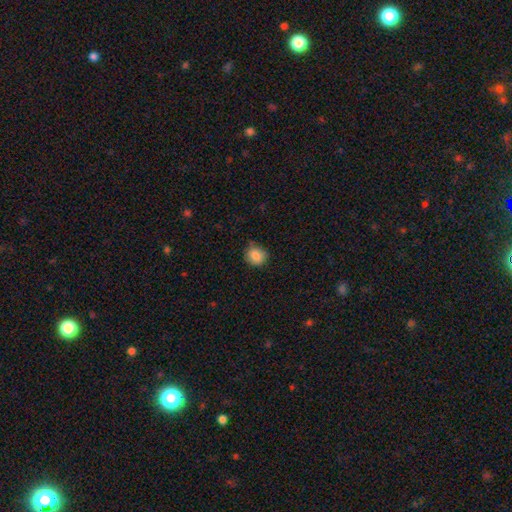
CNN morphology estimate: Smooth or featured?
  - smooth: 87% *
  - star or artifact: 9%
  - featured or disk: 5%
How rounded?
  - round: 80% *
  - in between: 19%
  - cigar-shaped: 1%
Merging?
  - none: 77% *
  - minor disturbance: 18%
  - major disturbance: 3%
  - merger: 2%